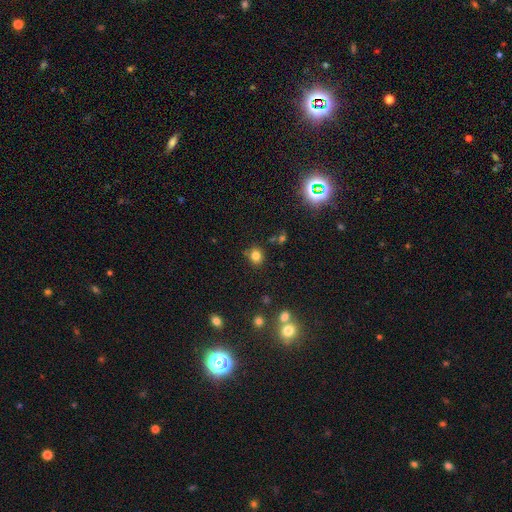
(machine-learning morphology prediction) smooth 80%, star or artifact 14%, featured or disk 6%. Down the decision tree: how rounded — round (77%); merging — none (80%).